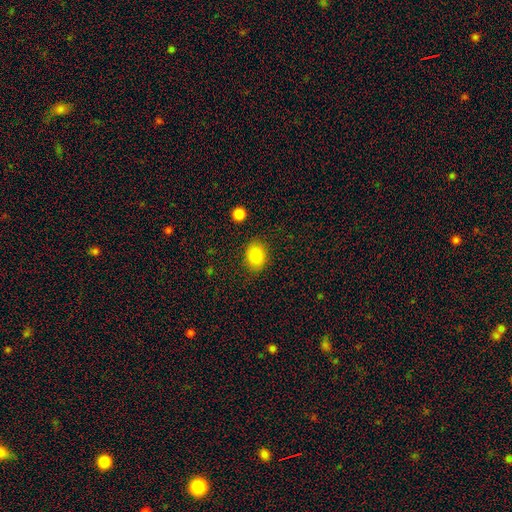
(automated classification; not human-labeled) This is clearly a smooth galaxy (87%). How rounded: likely in between (62%). Merging: clearly none (84%).